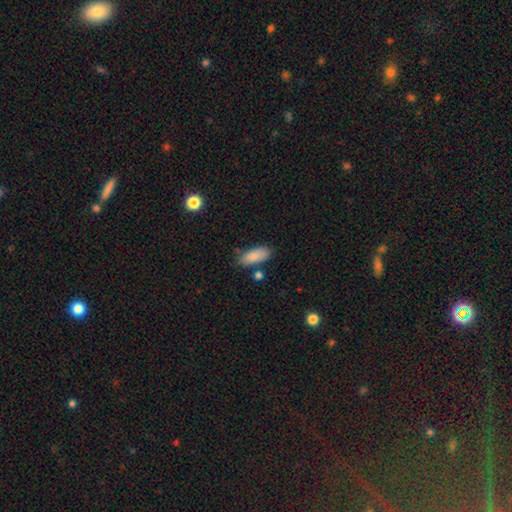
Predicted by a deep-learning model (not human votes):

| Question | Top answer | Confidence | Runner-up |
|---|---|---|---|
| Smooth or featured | smooth | 87% | featured or disk (7%) |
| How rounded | in between | 82% | cigar-shaped (16%) |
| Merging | none | 73% | minor disturbance (17%) |